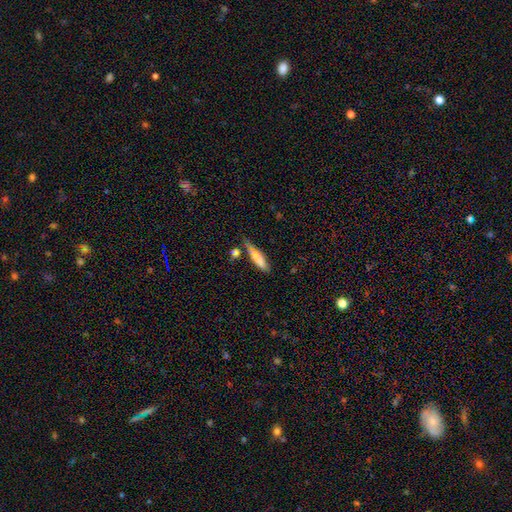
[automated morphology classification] Q: Smooth or featured?
A: smooth (73%); runner-up: featured or disk (19%)
Q: How rounded?
A: cigar-shaped (73%); runner-up: in between (25%)
Q: Merging?
A: none (55%); runner-up: minor disturbance (25%)